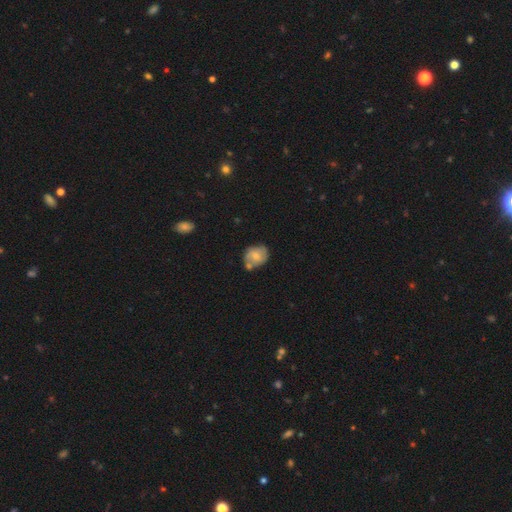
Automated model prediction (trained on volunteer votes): smooth_or_featured: smooth (p=0.54) [alt: featured or disk p=0.38]
how_rounded: round (p=0.53) [alt: in between p=0.46]
merging: none (p=0.52) [alt: minor disturbance p=0.23]